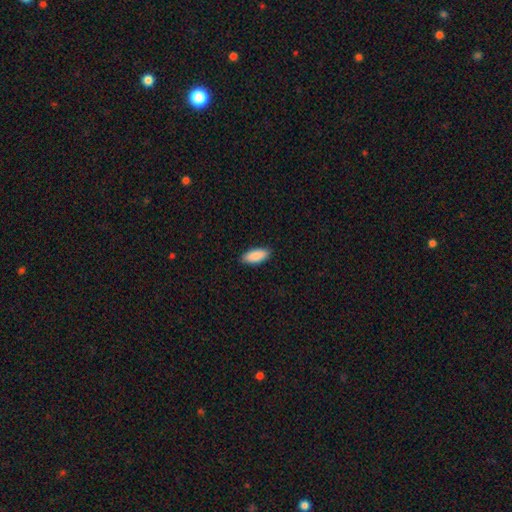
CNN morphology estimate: Smooth or featured?
  - smooth: 90% *
  - star or artifact: 5%
  - featured or disk: 5%
How rounded?
  - in between: 86% *
  - cigar-shaped: 13%
  - round: 2%
Merging?
  - none: 89% *
  - minor disturbance: 8%
  - major disturbance: 2%
  - merger: 1%